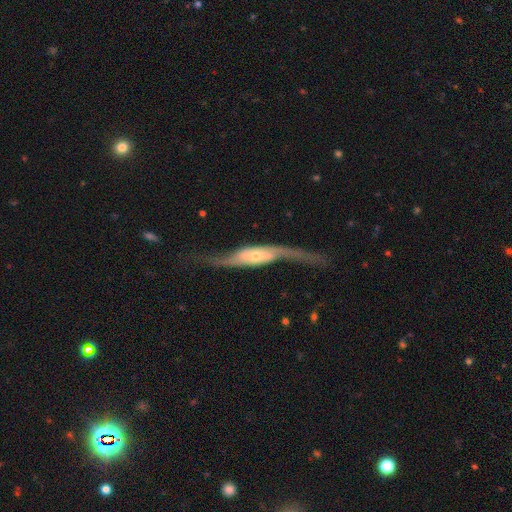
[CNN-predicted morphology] A featured or disk galaxy (81%). Merging: none (53%).